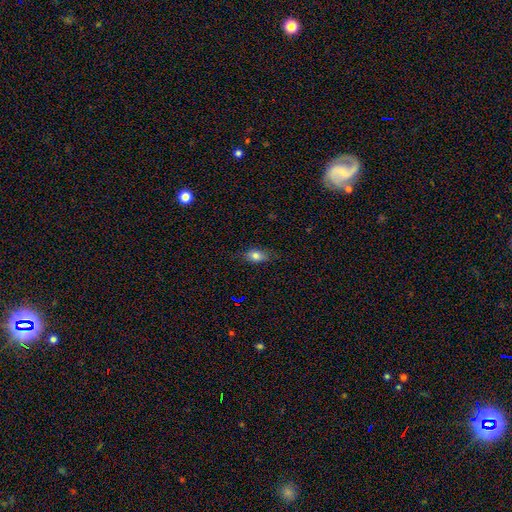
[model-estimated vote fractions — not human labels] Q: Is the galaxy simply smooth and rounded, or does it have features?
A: smooth — 76%.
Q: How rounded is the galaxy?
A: in between — 79%.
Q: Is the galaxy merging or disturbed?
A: none — 76%.